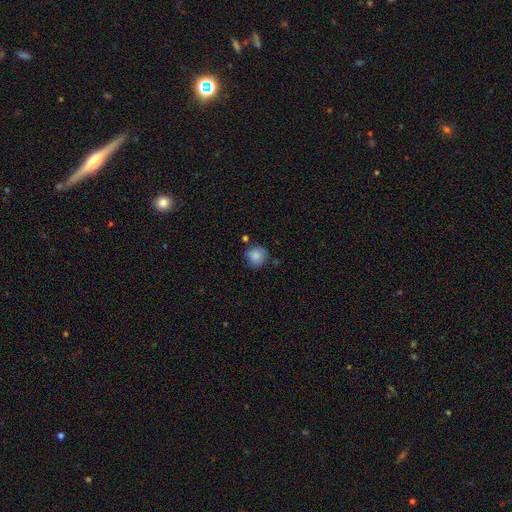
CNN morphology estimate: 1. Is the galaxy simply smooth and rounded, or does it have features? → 86% smooth, 9% star or artifact, 5% featured or disk.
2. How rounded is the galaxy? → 89% round, 10% in between, 1% cigar-shaped.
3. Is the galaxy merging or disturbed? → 75% none, 16% minor disturbance, 5% merger, 4% major disturbance.